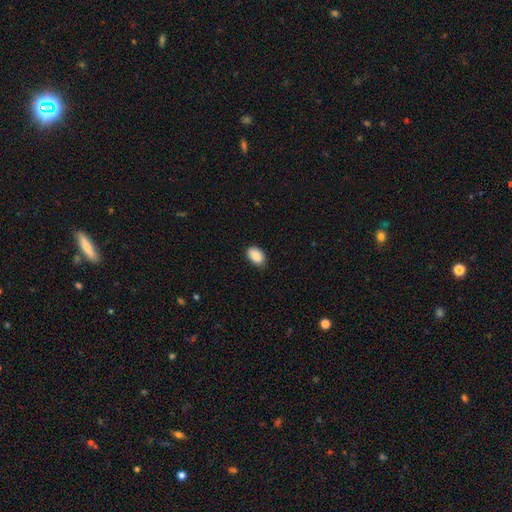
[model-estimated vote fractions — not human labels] Smooth or featured: smooth — 89% (star or artifact — 7%)
How rounded: in between — 91% (round — 7%)
Merging: none — 80% (minor disturbance — 16%)